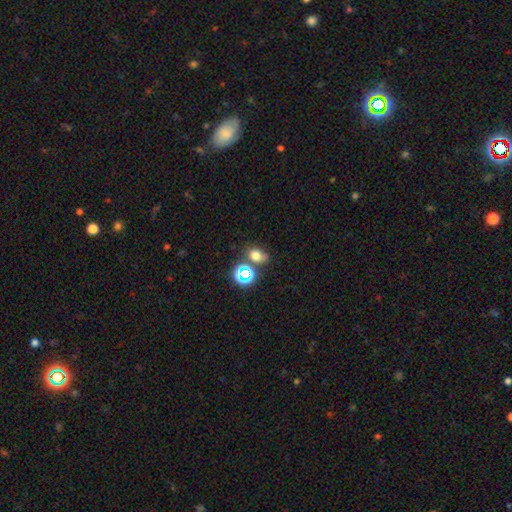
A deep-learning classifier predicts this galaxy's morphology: Smooth or featured: smooth — 67% (star or artifact — 24%)
How rounded: in between — 59% (round — 40%)
Merging: none — 66% (merger — 17%)